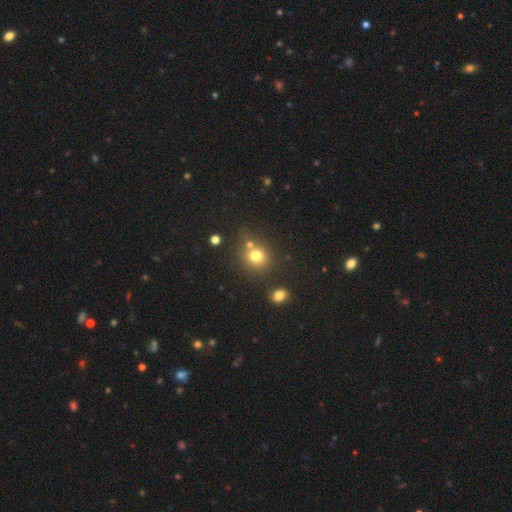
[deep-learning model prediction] Smooth or featured? smooth (76%)
How rounded? round (84%)
Merging? none (62%)